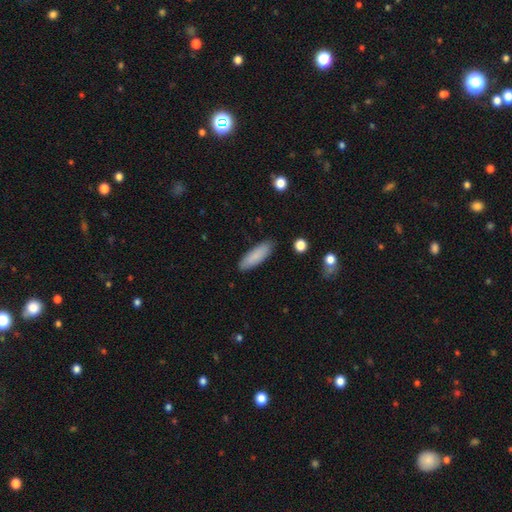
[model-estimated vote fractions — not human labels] smooth_or_featured: smooth (p=0.85) [alt: featured or disk p=0.09]
how_rounded: cigar-shaped (p=0.51) [alt: in between p=0.48]
merging: none (p=0.88) [alt: minor disturbance p=0.09]